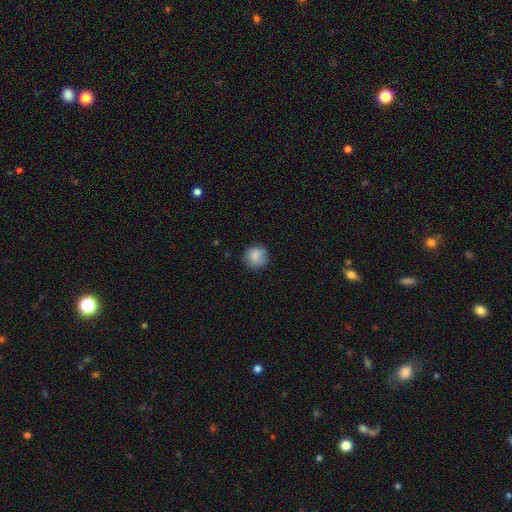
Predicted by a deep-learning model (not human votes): Smooth or featured: smooth — 83% (featured or disk — 9%)
How rounded: round — 90% (in between — 9%)
Merging: none — 83% (minor disturbance — 12%)